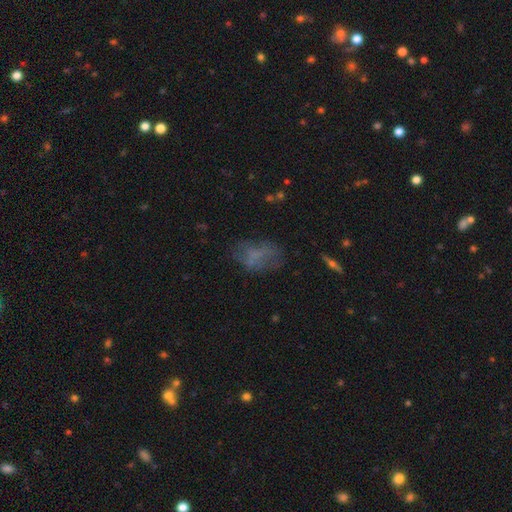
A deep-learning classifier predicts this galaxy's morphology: Smooth or featured: smooth — 50% (featured or disk — 33%)
How rounded: in between — 81% (round — 14%)
Merging: none — 51% (minor disturbance — 23%)